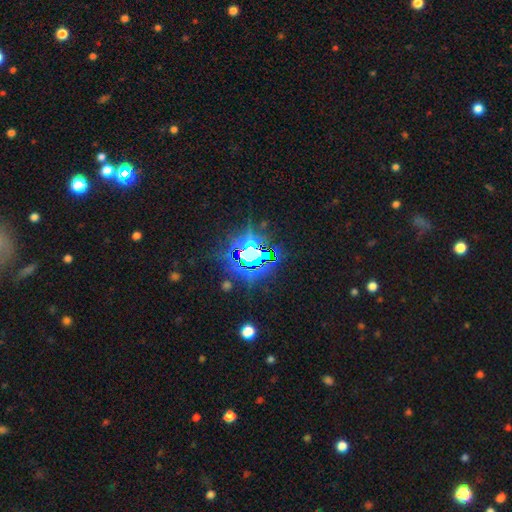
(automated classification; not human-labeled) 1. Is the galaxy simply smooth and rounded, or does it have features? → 80% star or artifact, 10% featured or disk, 10% smooth.